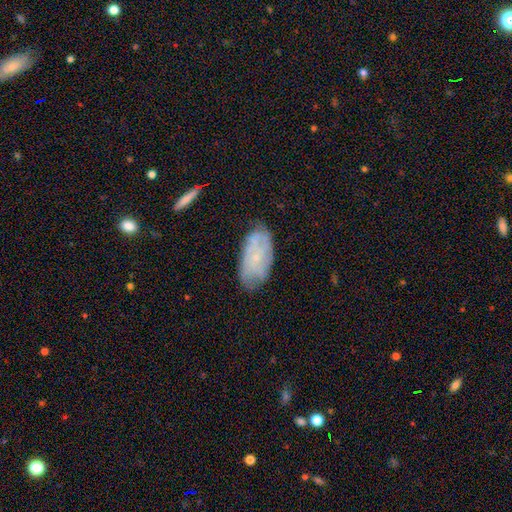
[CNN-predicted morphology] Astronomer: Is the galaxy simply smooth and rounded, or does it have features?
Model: featured or disk — 54% (runner-up: smooth, 37%).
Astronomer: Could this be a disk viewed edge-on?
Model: no — 93%.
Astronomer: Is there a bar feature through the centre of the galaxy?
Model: no — 78%.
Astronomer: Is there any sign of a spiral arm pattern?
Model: yes — 72%.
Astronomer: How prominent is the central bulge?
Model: small — 77%.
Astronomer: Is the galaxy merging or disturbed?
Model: none — 69%.